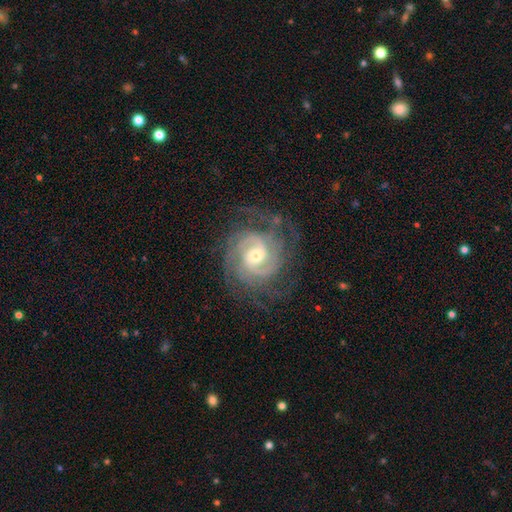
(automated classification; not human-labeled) Smooth or featured? featured or disk (90%)
Edge-on disk? no (98%)
Bar? no (44%)
Spiral arms? yes (98%)
Spiral winding? tight (67%)
Spiral arm count? 2 (38%)
Bulge size? moderate (51%)
Merging? none (73%)